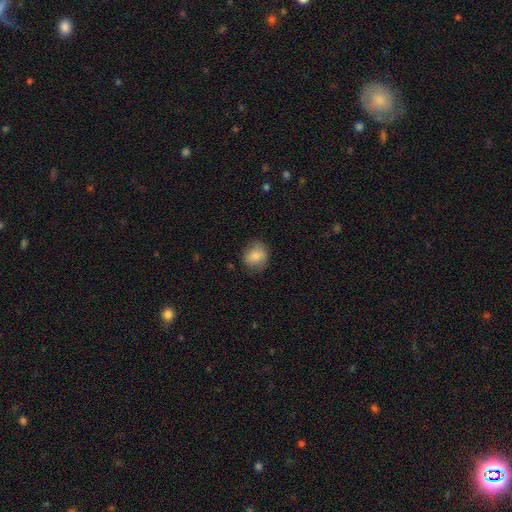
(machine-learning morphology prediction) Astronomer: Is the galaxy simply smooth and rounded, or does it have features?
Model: smooth — 83%.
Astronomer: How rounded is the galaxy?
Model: round — 72%.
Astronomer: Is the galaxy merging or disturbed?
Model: none — 78%.